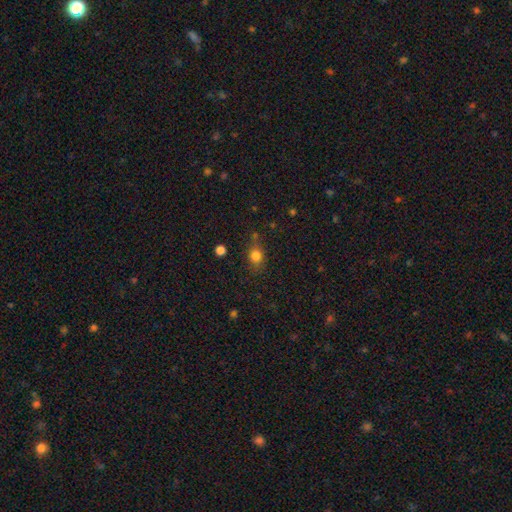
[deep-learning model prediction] smooth 80%, star or artifact 12%, featured or disk 7%. Down the decision tree: how rounded — round (54%); merging — none (70%).